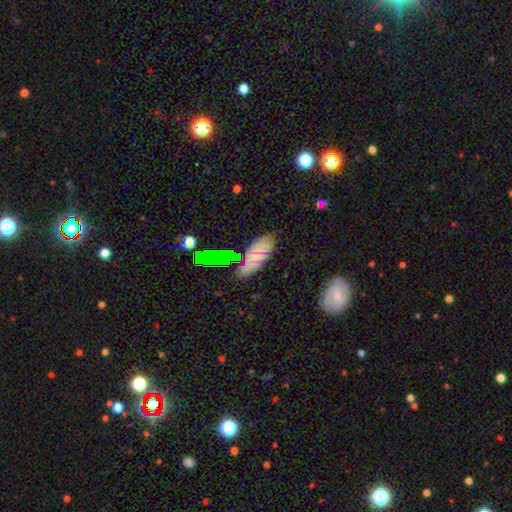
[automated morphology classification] Smooth or featured? smooth (58%)
How rounded? in between (78%)
Merging? none (75%)